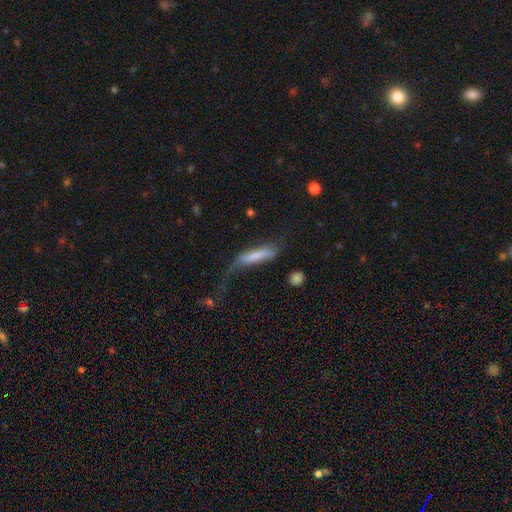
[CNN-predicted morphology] Smooth or featured? Predicted: smooth (p=0.62). How rounded? Predicted: cigar-shaped (p=0.77). Merging? Predicted: major disturbance (p=0.44).